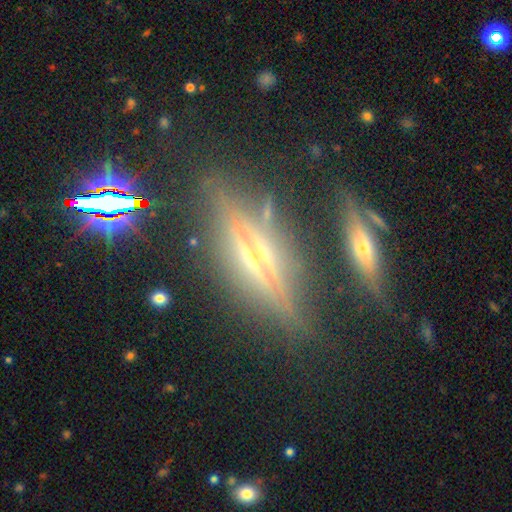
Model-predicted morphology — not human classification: Q: Smooth or featured?
A: featured or disk (74%); runner-up: star or artifact (14%)
Q: Edge-on disk?
A: yes (90%); runner-up: no (10%)
Q: Edge-on bulge?
A: rounded (80%); runner-up: boxy (11%)
Q: Merging?
A: none (79%); runner-up: minor disturbance (13%)